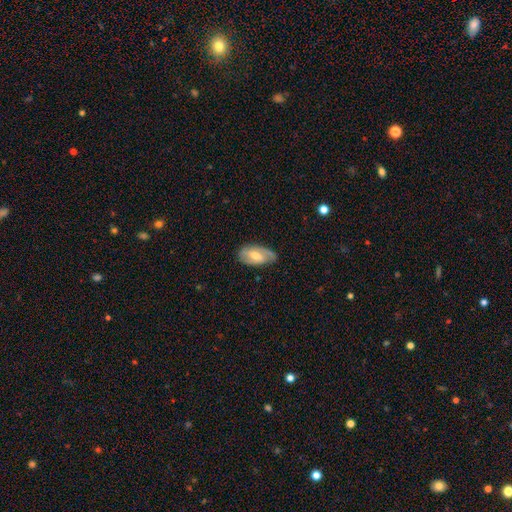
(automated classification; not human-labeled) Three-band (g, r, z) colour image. It shows a featured or disk galaxy (55%) with a weak bar (47%), spiral arms (69%) and a moderate central bulge (64%). Merging: none (69%).